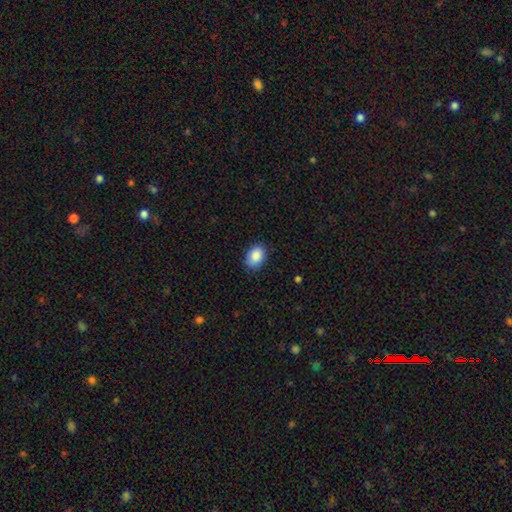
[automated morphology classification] This is clearly a smooth galaxy (89%). How rounded: clearly in between (82%). Merging: clearly none (86%).